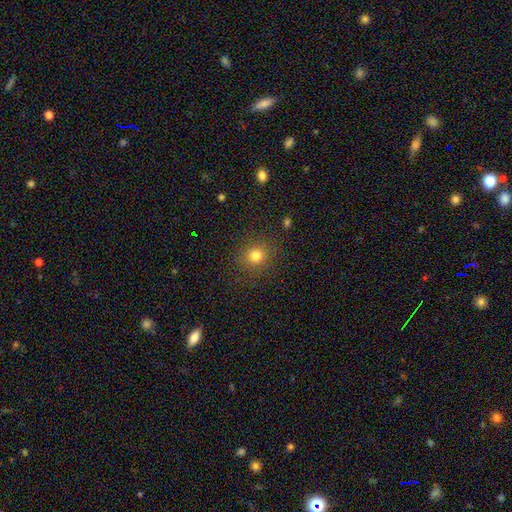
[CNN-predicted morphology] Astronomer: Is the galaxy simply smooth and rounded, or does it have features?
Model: smooth — 79%.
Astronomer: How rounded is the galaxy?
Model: round — 89%.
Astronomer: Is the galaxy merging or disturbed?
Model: none — 88%.